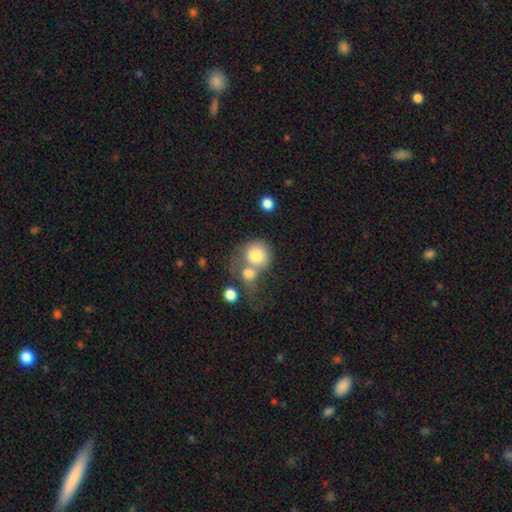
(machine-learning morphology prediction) smooth 77%, featured or disk 15%, star or artifact 8%. Down the decision tree: how rounded — round (78%); merging — merger (56%).